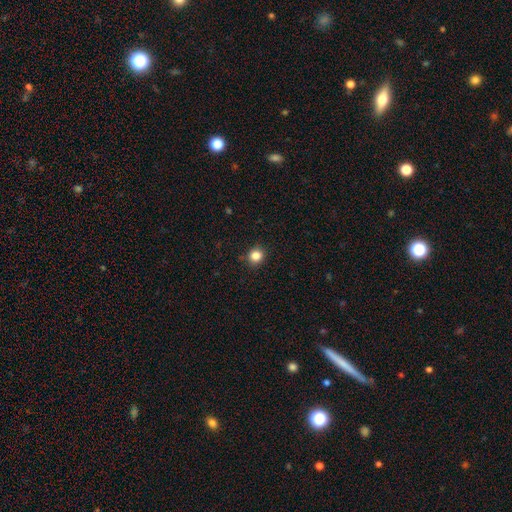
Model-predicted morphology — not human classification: This appears to be a smooth galaxy with no disk features (84%) that is round (85%). Merging: none (90%).